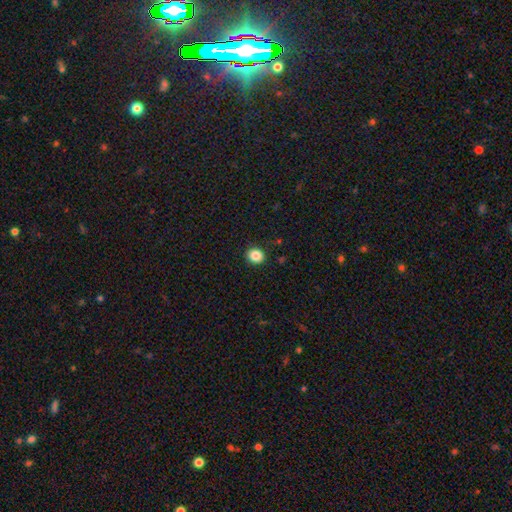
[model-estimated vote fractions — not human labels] Smooth or featured?
  - smooth: 86% *
  - star or artifact: 10%
  - featured or disk: 4%
How rounded?
  - round: 79% *
  - in between: 20%
  - cigar-shaped: 1%
Merging?
  - none: 91% *
  - minor disturbance: 6%
  - major disturbance: 2%
  - merger: 1%